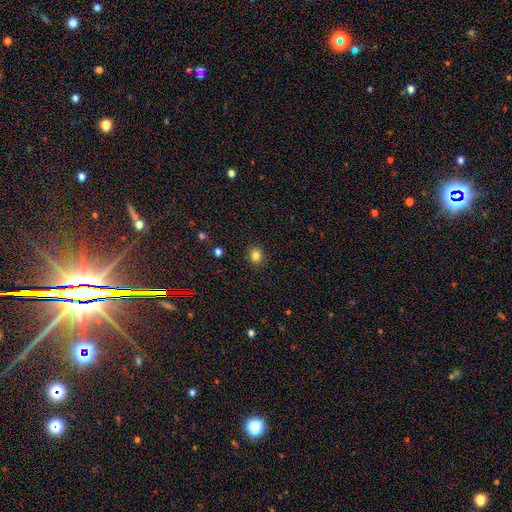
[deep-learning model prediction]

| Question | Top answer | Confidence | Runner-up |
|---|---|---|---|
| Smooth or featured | smooth | 82% | star or artifact (13%) |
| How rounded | round | 83% | in between (16%) |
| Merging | none | 90% | minor disturbance (7%) |